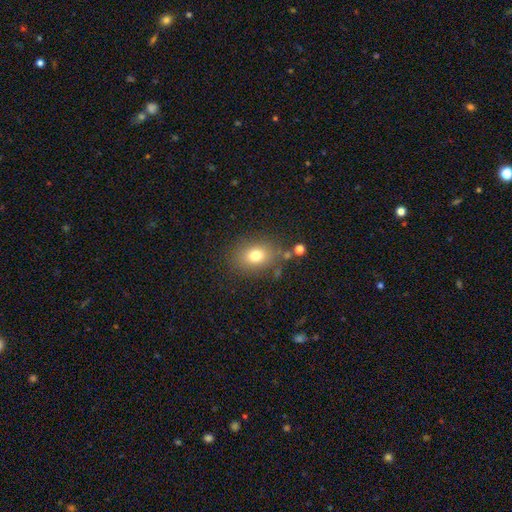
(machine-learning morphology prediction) smooth 77%, star or artifact 12%, featured or disk 11%. Down the decision tree: how rounded — in between (59%); merging — none (76%).